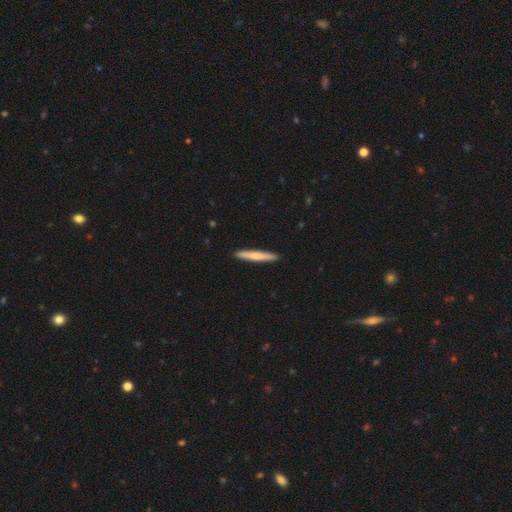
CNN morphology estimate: Smooth or featured? smooth (68%)
How rounded? cigar-shaped (96%)
Merging? none (92%)